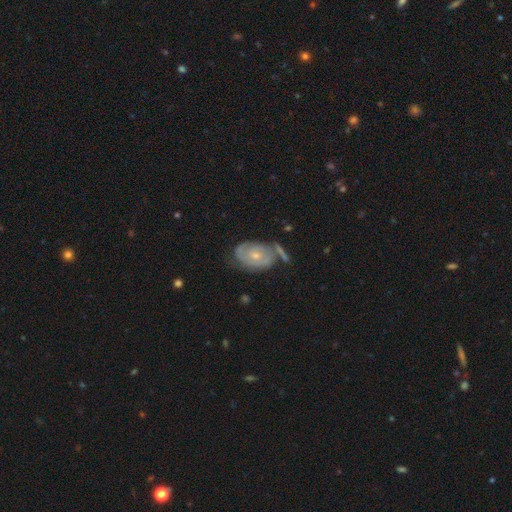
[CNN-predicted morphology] smooth-or-featured: featured or disk: 71% | smooth: 22% | star or artifact: 7%
  disk-edge-on: no: 95% | yes: 5%
    bar: no: 78% | weak: 19% | strong: 4%
    has-spiral-arms: yes: 80% | no: 20%
      spiral-winding: tight: 62% | medium: 28% | loose: 11%
      spiral-arm-count: 2: 43% | can't tell: 36% | 1: 9% | 3: 7% | 4: 3% | more than 4: 2%
    bulge-size: small: 55% | moderate: 42% | large: 1% | none: 1% | dominant: 1%
  merging: none: 52% | minor disturbance: 24% | merger: 12% | major disturbance: 11%